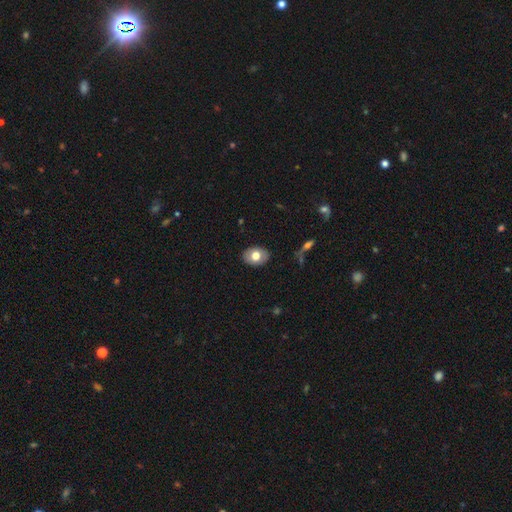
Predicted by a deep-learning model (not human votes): smooth 68%, featured or disk 25%, star or artifact 7%. Down the decision tree: how rounded — in between (70%); merging — none (87%).